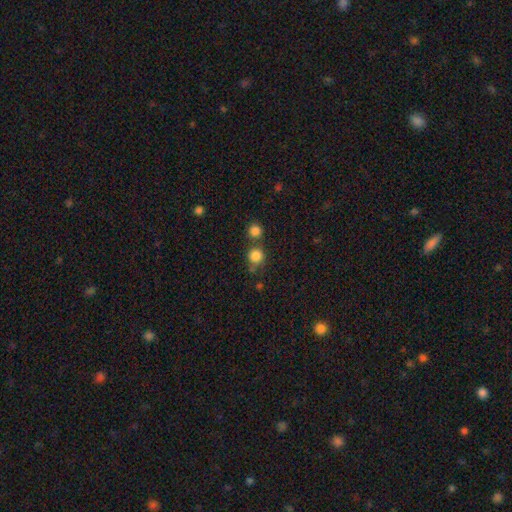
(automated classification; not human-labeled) smooth_or_featured: smooth (p=0.82) [alt: star or artifact p=0.12]
how_rounded: round (p=0.90) [alt: in between p=0.09]
merging: none (p=0.62) [alt: merger p=0.23]